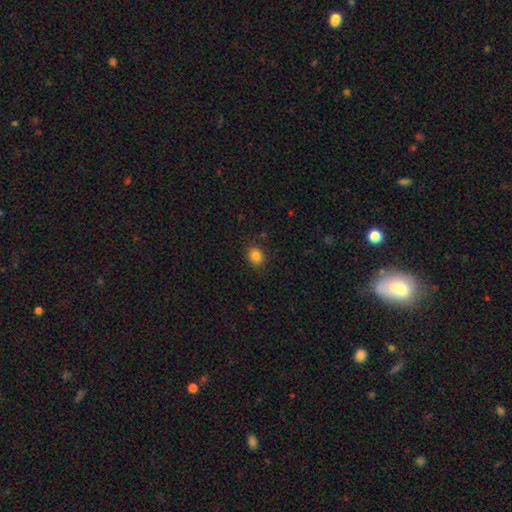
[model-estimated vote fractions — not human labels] Overall: smooth (83%). How rounded: round (65%; in between 34%). Merging: none (84%).